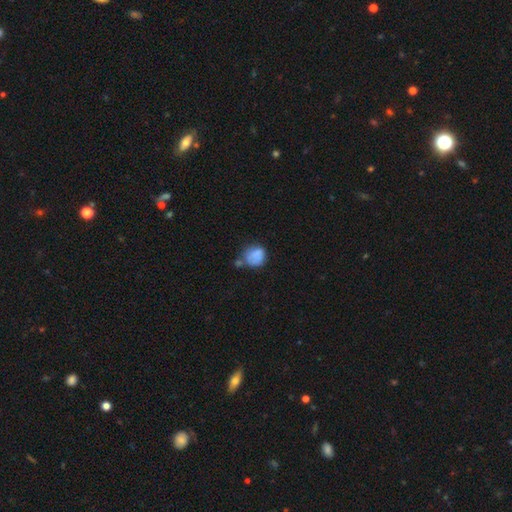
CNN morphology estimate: smooth 75%, featured or disk 15%, star or artifact 9%. Down the decision tree: how rounded — round (65%); merging — none (41%).